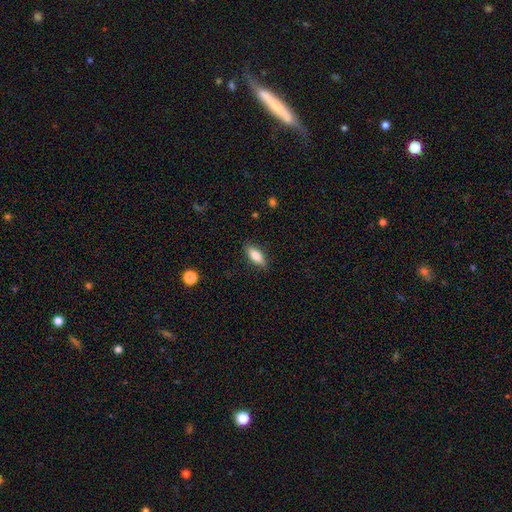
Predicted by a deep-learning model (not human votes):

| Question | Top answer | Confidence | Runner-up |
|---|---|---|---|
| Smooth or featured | smooth | 80% | featured or disk (13%) |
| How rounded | in between | 72% | cigar-shaped (25%) |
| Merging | none | 86% | minor disturbance (10%) |